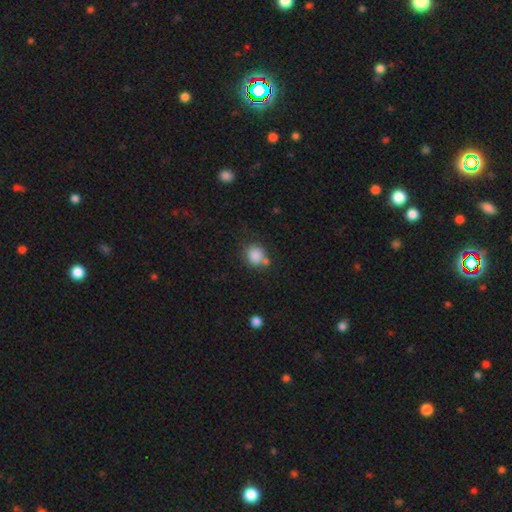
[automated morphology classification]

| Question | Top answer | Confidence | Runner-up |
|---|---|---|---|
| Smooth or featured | smooth | 85% | star or artifact (9%) |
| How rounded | round | 79% | in between (20%) |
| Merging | none | 61% | merger (18%) |